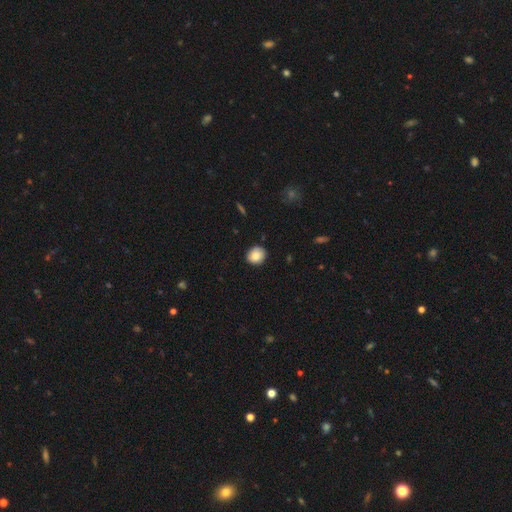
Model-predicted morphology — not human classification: Q: Smooth or featured?
A: smooth (84%); runner-up: star or artifact (8%)
Q: How rounded?
A: round (79%); runner-up: in between (20%)
Q: Merging?
A: none (86%); runner-up: minor disturbance (11%)